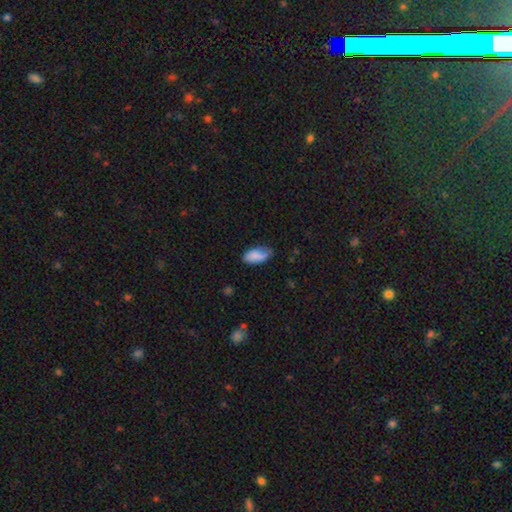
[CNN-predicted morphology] This appears to be a smooth galaxy with no disk features (84%) that is in between round and cigar-shaped (93%). Merging: none (63%).